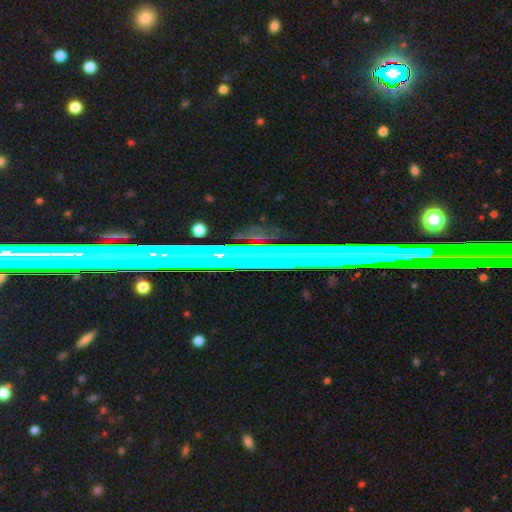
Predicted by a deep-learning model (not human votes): Overall: star or artifact (66%).